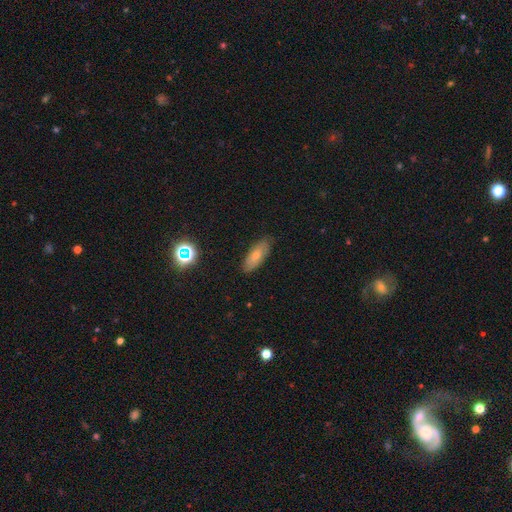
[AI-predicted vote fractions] smooth-or-featured: smooth: 68% | featured or disk: 22% | star or artifact: 9%
  how-rounded: in between: 75% | cigar-shaped: 22% | round: 3%
  merging: none: 82% | minor disturbance: 14% | major disturbance: 3% | merger: 1%